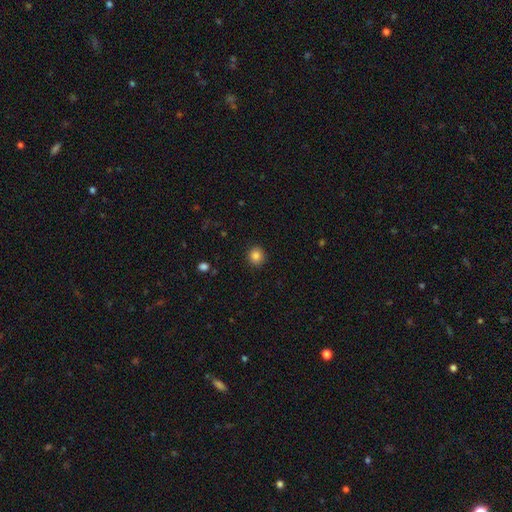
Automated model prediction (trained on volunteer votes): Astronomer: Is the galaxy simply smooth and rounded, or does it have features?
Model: smooth — 86%.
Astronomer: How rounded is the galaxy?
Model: round — 86%.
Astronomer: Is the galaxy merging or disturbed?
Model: none — 90%.